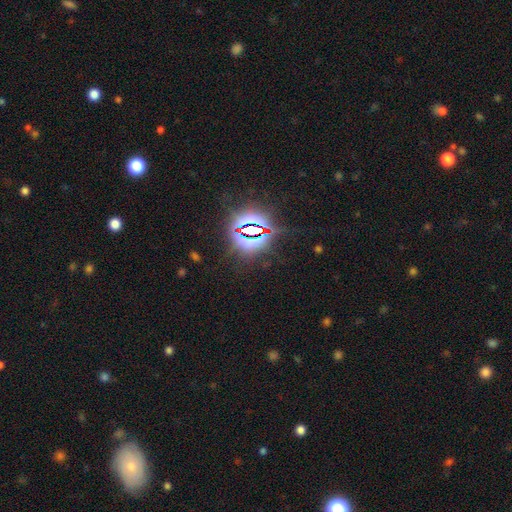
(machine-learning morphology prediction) Overall: star or artifact (84%).